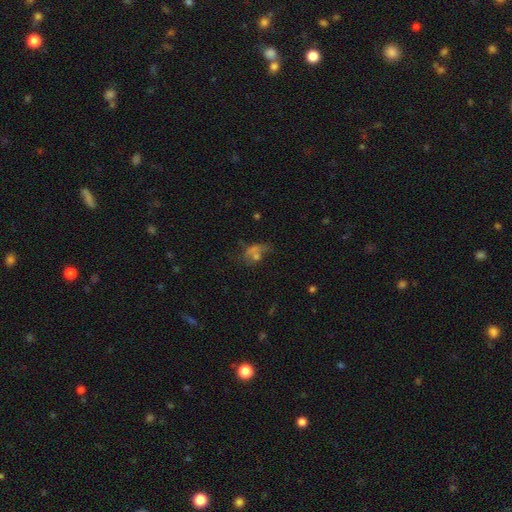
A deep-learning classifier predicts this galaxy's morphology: smooth-or-featured: smooth: 45% | star or artifact: 31% | featured or disk: 25%
  merging: none: 37% | major disturbance: 25% | merger: 20% | minor disturbance: 18%